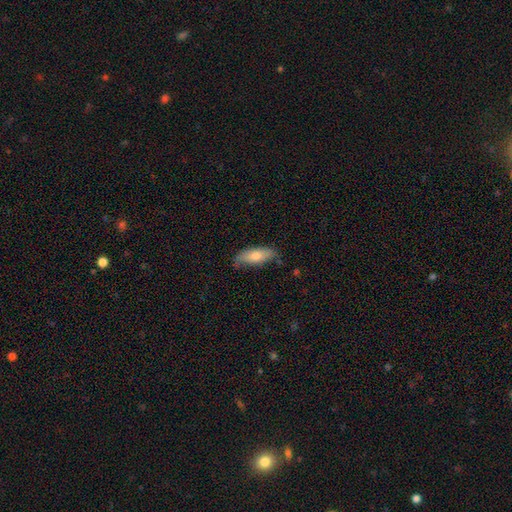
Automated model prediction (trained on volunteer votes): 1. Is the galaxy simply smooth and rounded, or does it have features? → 70% smooth, 23% featured or disk, 6% star or artifact.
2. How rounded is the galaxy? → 63% in between, 34% cigar-shaped, 2% round.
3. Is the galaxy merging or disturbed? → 72% none, 23% minor disturbance, 4% major disturbance, 2% merger.